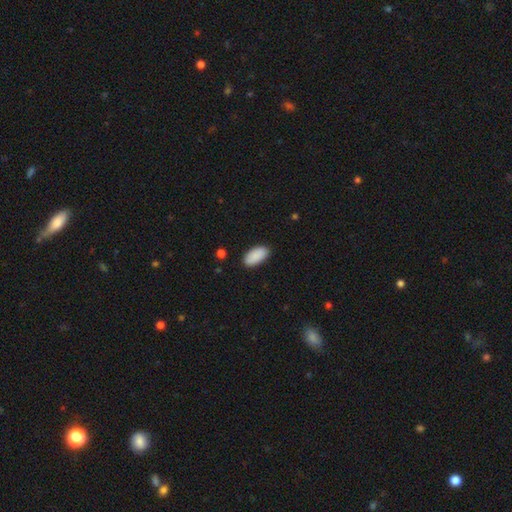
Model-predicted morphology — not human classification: Smooth or featured: smooth — 91% (star or artifact — 6%)
How rounded: in between — 94% (cigar-shaped — 4%)
Merging: none — 88% (minor disturbance — 9%)